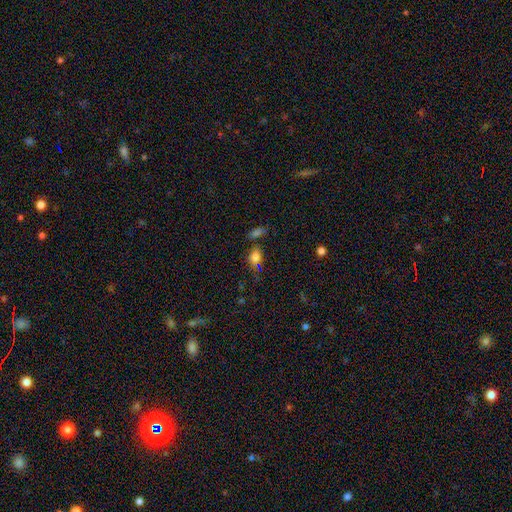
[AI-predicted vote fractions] This is likely a smooth galaxy (72%). How rounded: likely in between (69%). Merging: likely none (63%).